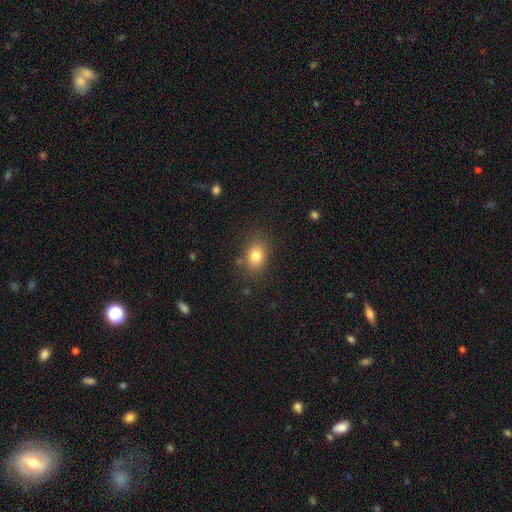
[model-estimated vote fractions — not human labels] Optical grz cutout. It shows a smooth galaxy with no disk features (81%) that is in between round and cigar-shaped (63%). Merging: none (82%).